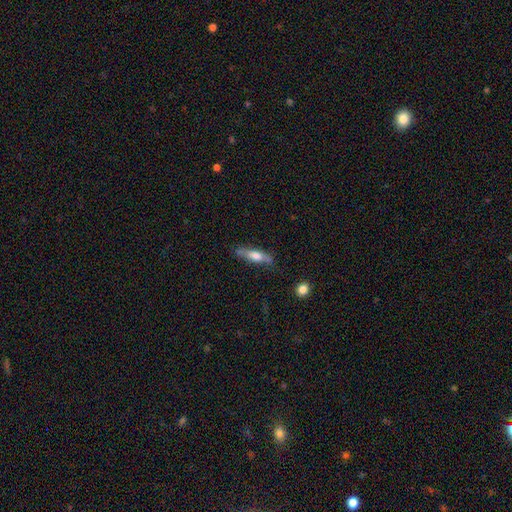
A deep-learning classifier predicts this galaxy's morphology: smooth-or-featured: smooth: 57% | featured or disk: 36% | star or artifact: 7%
  how-rounded: cigar-shaped: 66% | in between: 31% | round: 2%
  merging: none: 70% | minor disturbance: 21% | major disturbance: 5% | merger: 4%